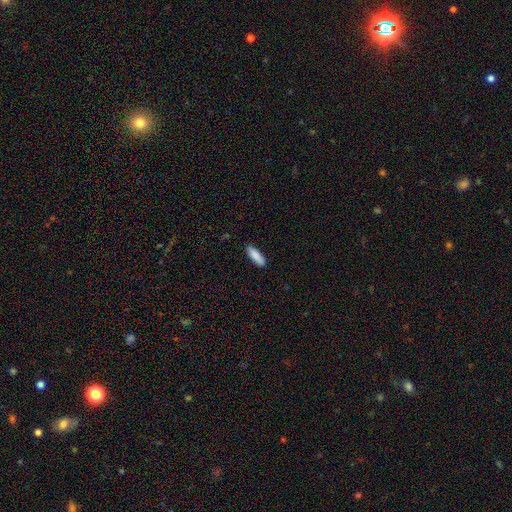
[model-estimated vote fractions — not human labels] This appears to be a smooth galaxy with no disk features (89%) that is in between round and cigar-shaped (57%). Merging: none (88%).